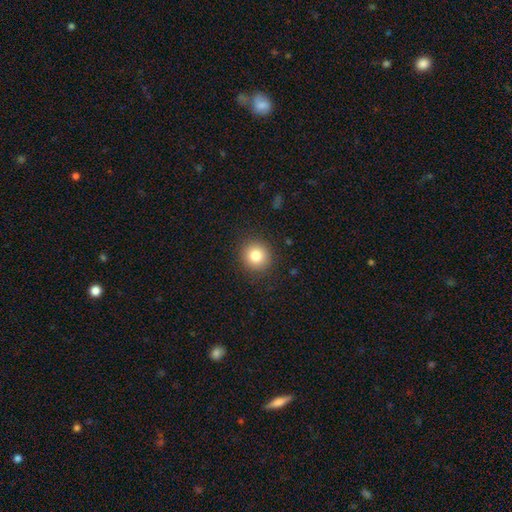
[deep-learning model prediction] Q: Smooth or featured?
A: smooth (82%); runner-up: star or artifact (10%)
Q: How rounded?
A: round (92%); runner-up: in between (7%)
Q: Merging?
A: none (90%); runner-up: minor disturbance (6%)